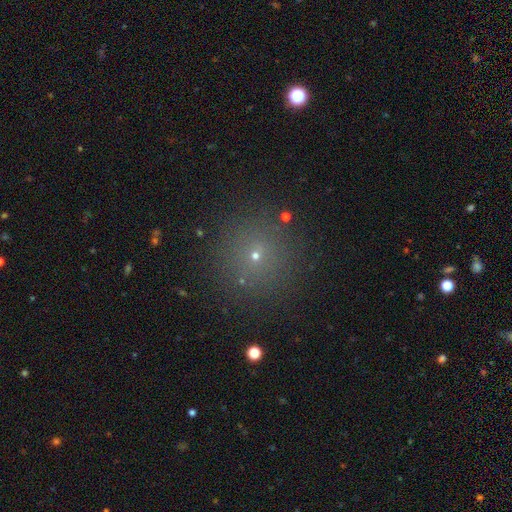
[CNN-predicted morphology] smooth_or_featured: smooth (p=0.60) [alt: star or artifact p=0.28]
how_rounded: round (p=0.95) [alt: in between p=0.04]
merging: none (p=0.88) [alt: minor disturbance p=0.07]